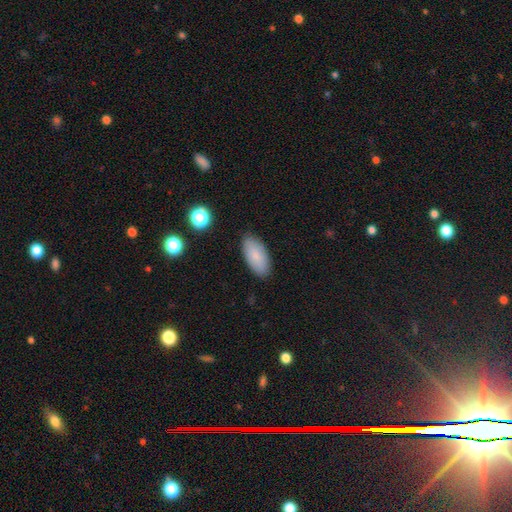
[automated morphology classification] This is clearly a smooth galaxy (84%). How rounded: clearly in between (92%). Merging: clearly none (87%).